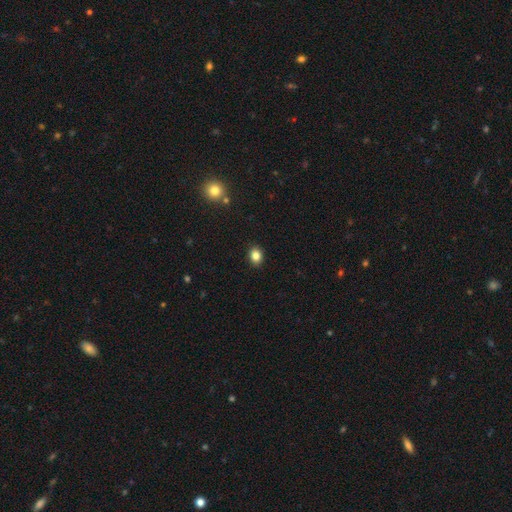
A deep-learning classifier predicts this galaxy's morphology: A smooth galaxy with no disk features (84%) that is in between round and cigar-shaped (50%). Merging: none (90%).